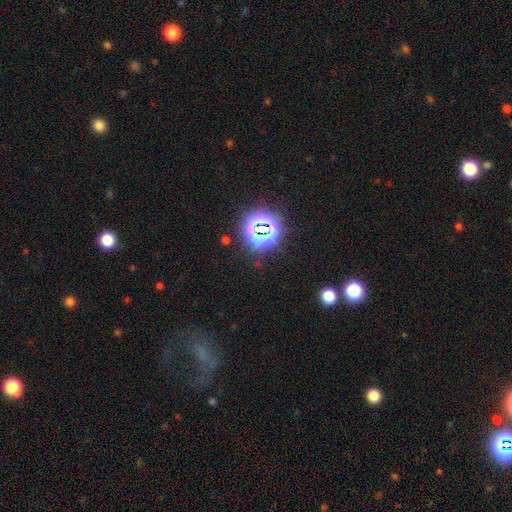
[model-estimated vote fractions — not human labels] This appears to be a star or artifact, not a galaxy (76%).